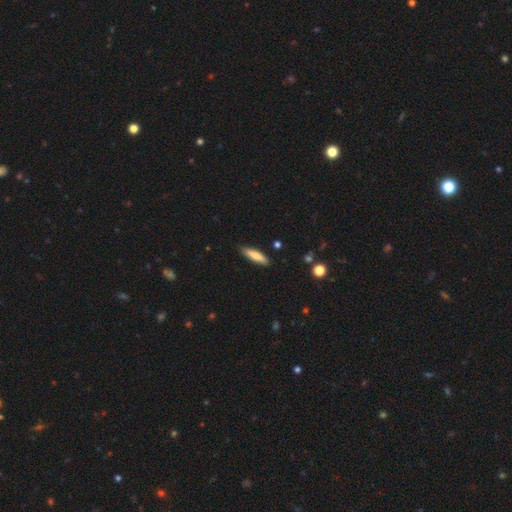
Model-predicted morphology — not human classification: This is likely a smooth galaxy (75%). How rounded: likely cigar-shaped (69%). Merging: clearly none (85%).